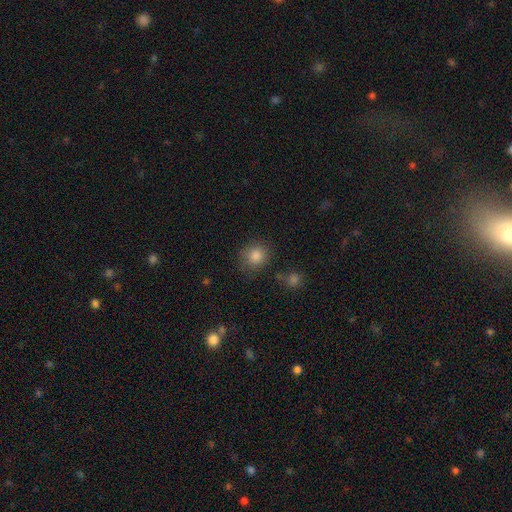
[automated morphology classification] A smooth galaxy with no disk features (84%) that is round (80%).

Vote fractions:
- Smooth or featured? smooth: 84% / star or artifact: 11% / featured or disk: 5%
- How rounded? round: 80% / in between: 19% / cigar-shaped: 1%
- Merging? none: 78% / minor disturbance: 14% / major disturbance: 4% / merger: 4%